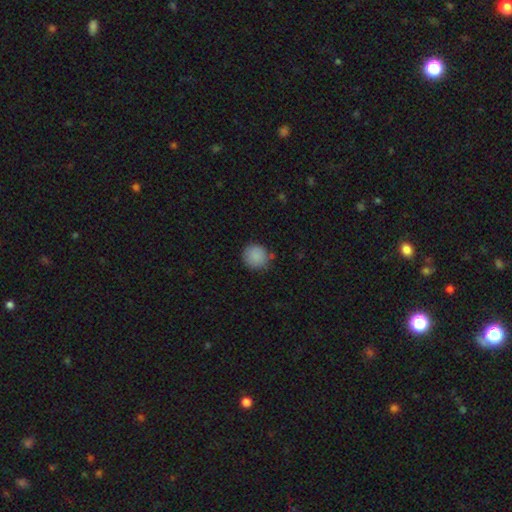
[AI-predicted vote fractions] Smooth or featured: smooth — 88% (star or artifact — 8%)
How rounded: round — 92% (in between — 7%)
Merging: none — 79% (minor disturbance — 15%)